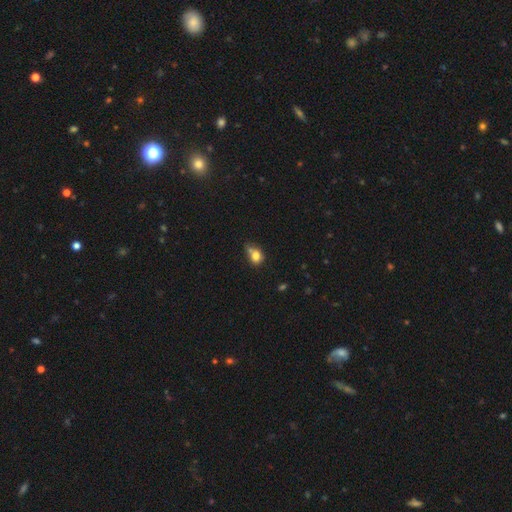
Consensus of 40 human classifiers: Overall: smooth (72%). How rounded: round (72%). Merging: merger (49%; none 29%).